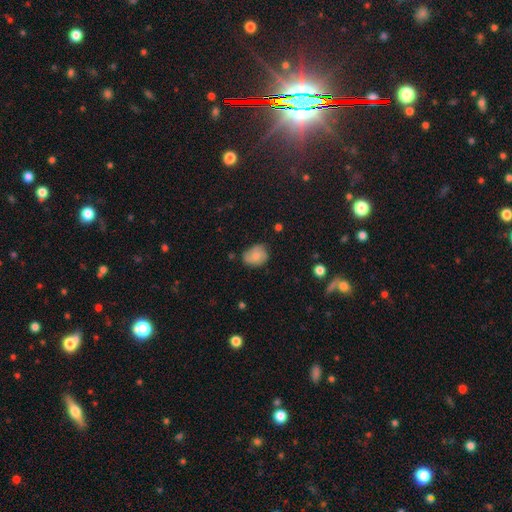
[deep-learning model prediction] Smooth or featured: smooth — 61% (featured or disk — 31%)
How rounded: in between — 50% (round — 49%)
Merging: none — 67% (minor disturbance — 26%)